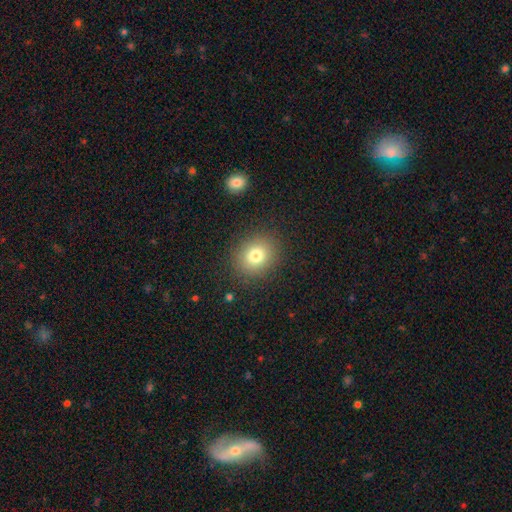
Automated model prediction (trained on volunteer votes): Overall: smooth (78%). How rounded: round (70%). Merging: none (87%).